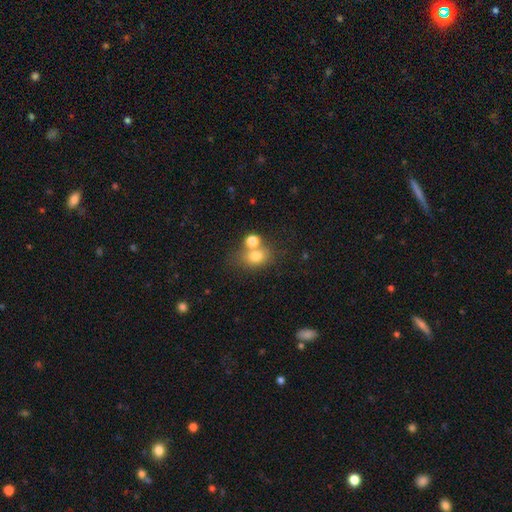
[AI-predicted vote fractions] A smooth galaxy with no disk features (75%) that is in between round and cigar-shaped (50%).

Vote fractions:
- Smooth or featured? smooth: 75% / star or artifact: 13% / featured or disk: 12%
- How rounded? in between: 50% / round: 49% / cigar-shaped: 1%
- Merging? none: 53% / merger: 30% / minor disturbance: 12% / major disturbance: 5%